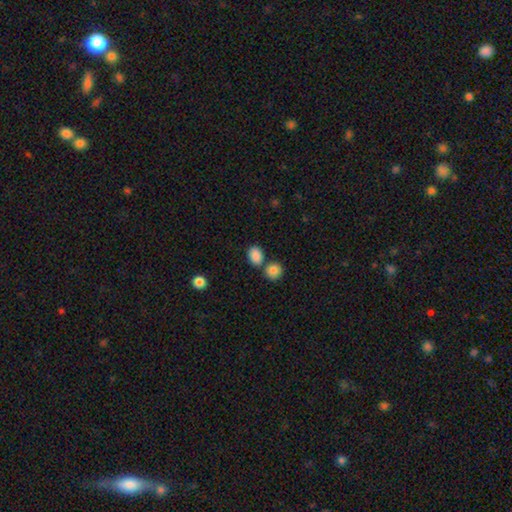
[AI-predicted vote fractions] A smooth galaxy with no disk features (87%) that is in between round and cigar-shaped (66%).

Vote fractions:
- Smooth or featured? smooth: 87% / star or artifact: 9% / featured or disk: 4%
- How rounded? in between: 66% / round: 33% / cigar-shaped: 1%
- Merging? none: 64% / merger: 22% / minor disturbance: 11% / major disturbance: 3%